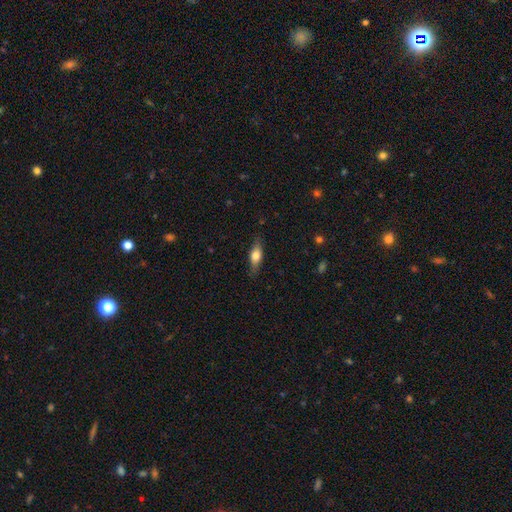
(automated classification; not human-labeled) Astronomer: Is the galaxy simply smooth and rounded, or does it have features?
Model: smooth — 66%.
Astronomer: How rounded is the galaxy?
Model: in between — 65%.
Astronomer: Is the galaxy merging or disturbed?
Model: none — 81%.